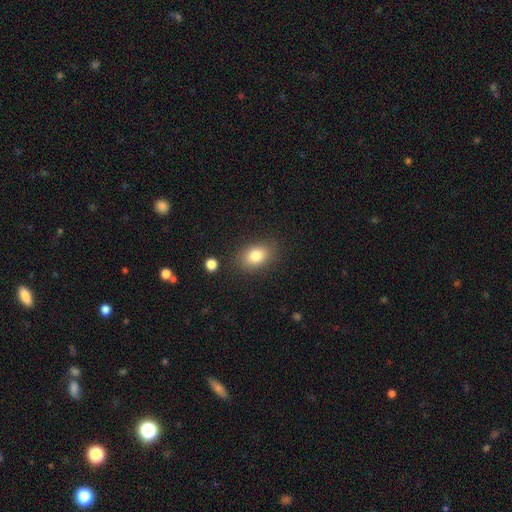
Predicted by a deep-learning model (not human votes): This appears to be a smooth galaxy with no disk features (81%) that is in between round and cigar-shaped (76%). Merging: none (84%).